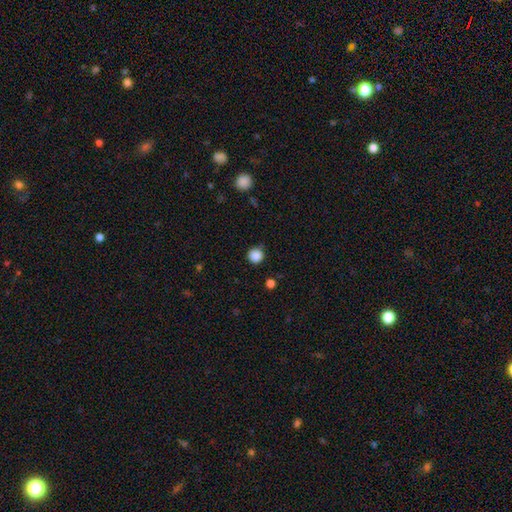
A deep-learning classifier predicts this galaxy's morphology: Smooth or featured: smooth — 87% (star or artifact — 10%)
How rounded: round — 94% (in between — 5%)
Merging: none — 83% (minor disturbance — 12%)